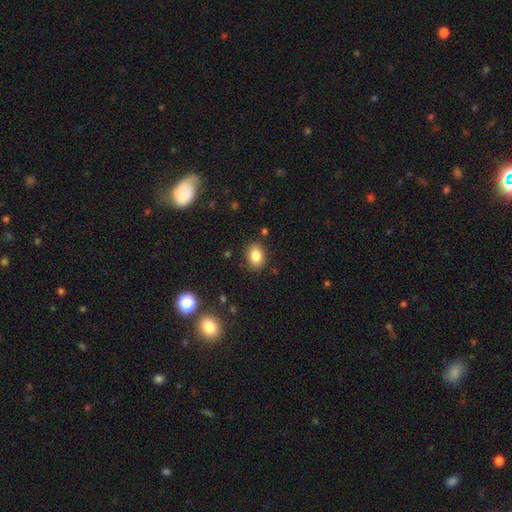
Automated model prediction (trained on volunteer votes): smooth-or-featured: smooth: 84% | star or artifact: 9% | featured or disk: 7%
  how-rounded: in between: 68% | round: 31% | cigar-shaped: 1%
  merging: none: 86% | minor disturbance: 9% | major disturbance: 3% | merger: 2%